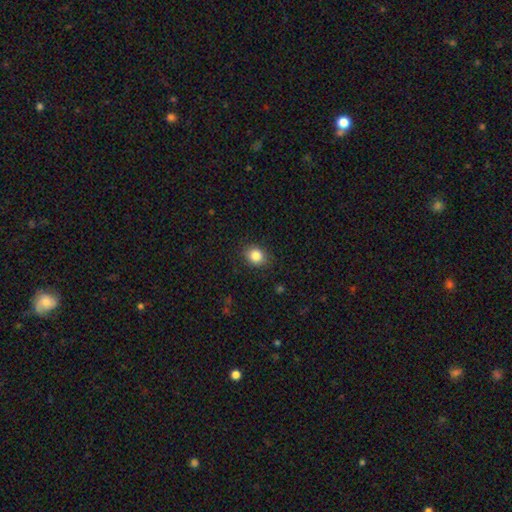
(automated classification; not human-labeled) Overall: smooth (85%). How rounded: round (59%; in between 40%). Merging: none (87%).